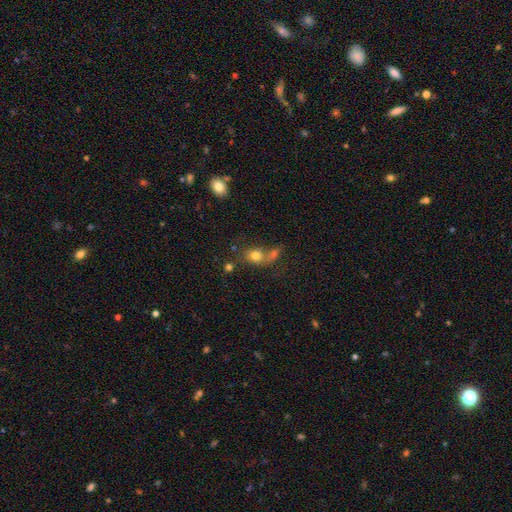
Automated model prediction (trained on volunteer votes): Smooth or featured? smooth (76%)
How rounded? round (59%)
Merging? merger (47%)